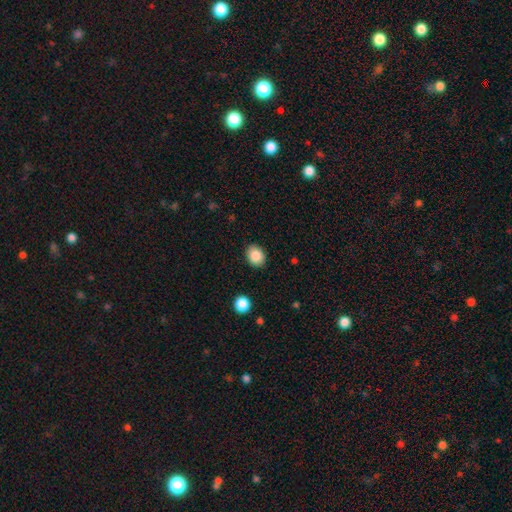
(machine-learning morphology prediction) The model was most divided on "how rounded": in between: 52%, round: 48%, cigar-shaped: 1%. More confident: smooth or featured — smooth (87%); merging — none (87%).